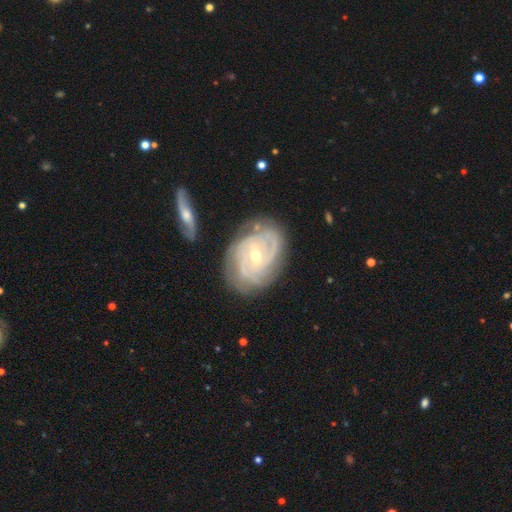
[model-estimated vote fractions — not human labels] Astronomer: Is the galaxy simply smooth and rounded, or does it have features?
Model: featured or disk — 88%.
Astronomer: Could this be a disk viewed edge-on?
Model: no — 97%.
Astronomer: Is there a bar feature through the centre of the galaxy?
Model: no — 48% (runner-up: weak, 40%).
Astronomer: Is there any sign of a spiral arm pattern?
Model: yes — 96%.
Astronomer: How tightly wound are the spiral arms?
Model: tight — 72%.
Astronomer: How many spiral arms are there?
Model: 3 — 30% (runner-up: can't tell, 25%).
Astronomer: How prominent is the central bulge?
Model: moderate — 52% (runner-up: small, 45%).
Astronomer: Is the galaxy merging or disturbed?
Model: none — 70%.